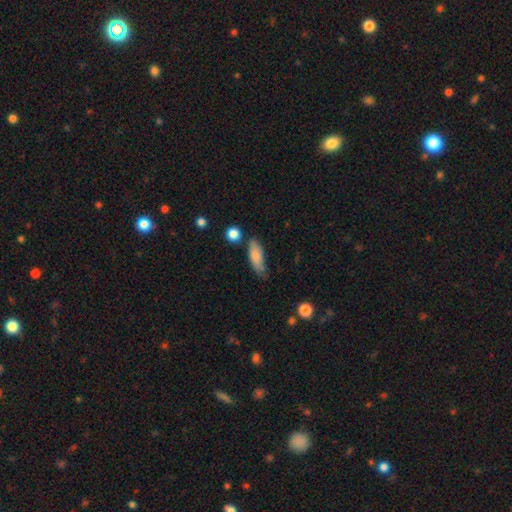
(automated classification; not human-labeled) Overall: smooth (80%). How rounded: in between (67%; cigar-shaped 30%). Merging: none (58%; minor disturbance 29%).